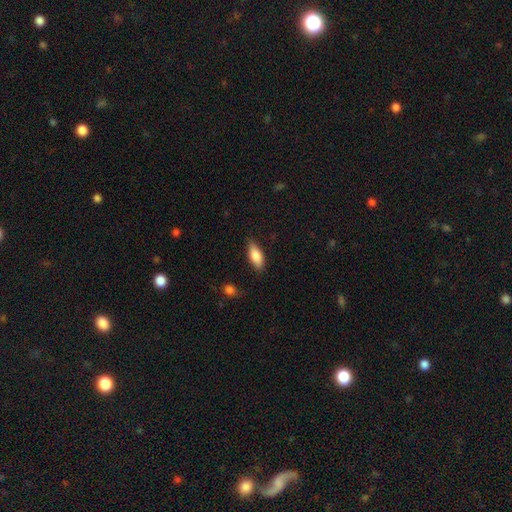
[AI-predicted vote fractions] The model was most divided on "how rounded": in between: 79%, cigar-shaped: 19%, round: 2%. More confident: merging — none (84%); smooth or featured — smooth (82%).